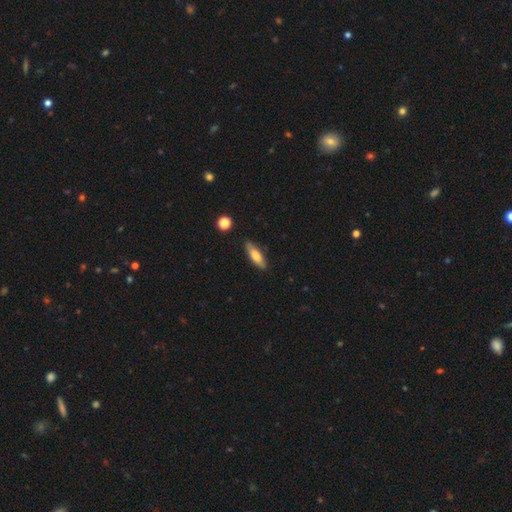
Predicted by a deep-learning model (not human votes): Q: Smooth or featured?
A: smooth (71%); runner-up: featured or disk (23%)
Q: How rounded?
A: cigar-shaped (49%); tied with: in between (49%)
Q: Merging?
A: none (84%); runner-up: minor disturbance (12%)